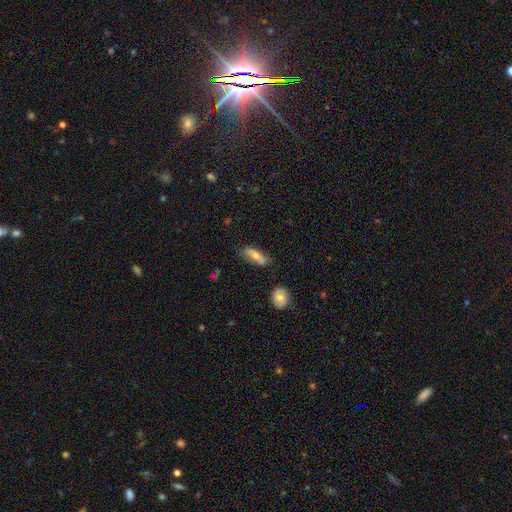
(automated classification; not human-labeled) Smooth or featured: smooth — 60% (featured or disk — 33%)
How rounded: in between — 54% (cigar-shaped — 42%)
Merging: none — 74% (minor disturbance — 18%)